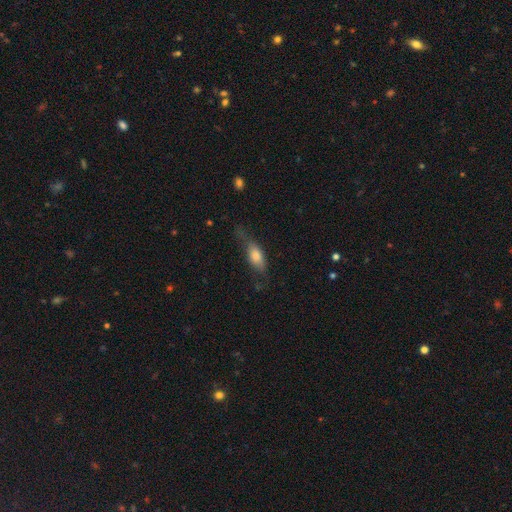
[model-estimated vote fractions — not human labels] A smooth galaxy with no disk features (69%) that is in between round and cigar-shaped (69%). Merging: none (48%).